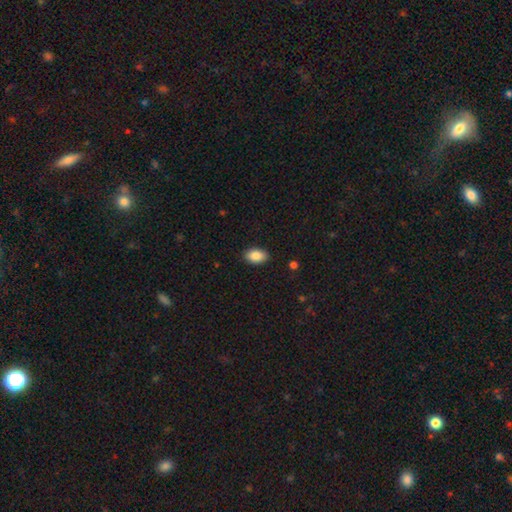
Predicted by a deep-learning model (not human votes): Overall: smooth (87%). How rounded: in between (93%). Merging: none (89%).